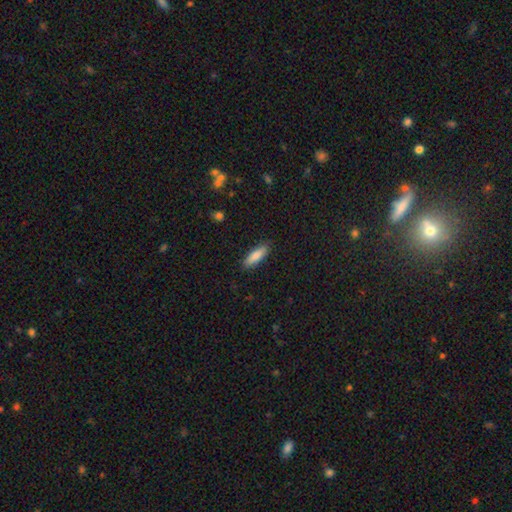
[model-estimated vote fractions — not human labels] This appears to be a smooth galaxy with no disk features (84%) that is cigar-shaped (50%). Merging: none (88%).